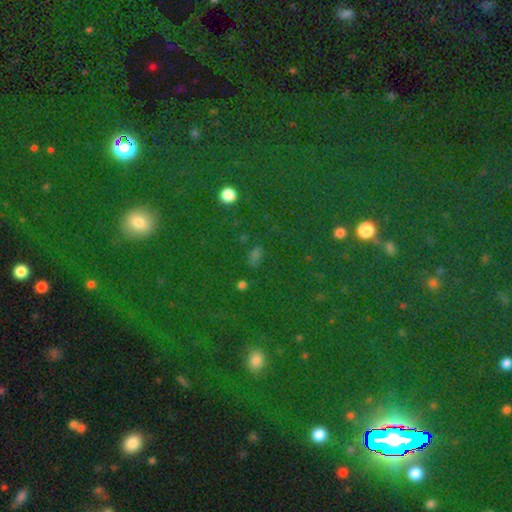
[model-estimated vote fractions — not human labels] A star or artifact, not a galaxy (52%).